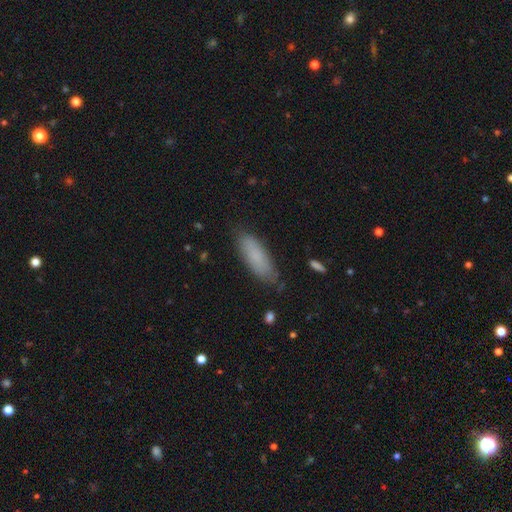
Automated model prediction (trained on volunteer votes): smooth 83%, featured or disk 10%, star or artifact 7%. Down the decision tree: how rounded — in between (57%); merging — none (79%).